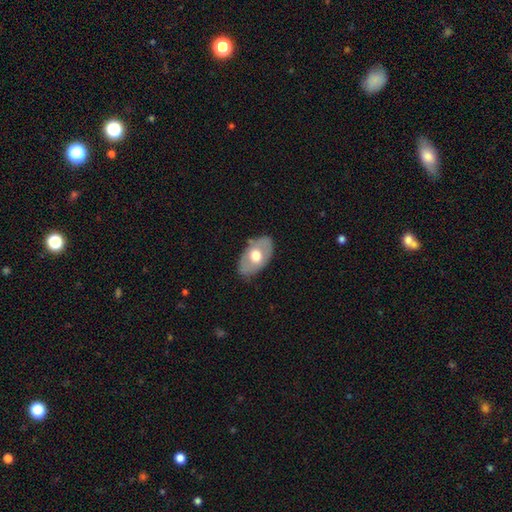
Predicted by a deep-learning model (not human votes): A smooth galaxy with no disk features (54%) that is in between round and cigar-shaped (91%).

Vote fractions:
- Smooth or featured? smooth: 54% / featured or disk: 41% / star or artifact: 5%
- How rounded? in between: 91% / round: 7% / cigar-shaped: 1%
- Merging? none: 78% / minor disturbance: 17% / major disturbance: 4% / merger: 1%